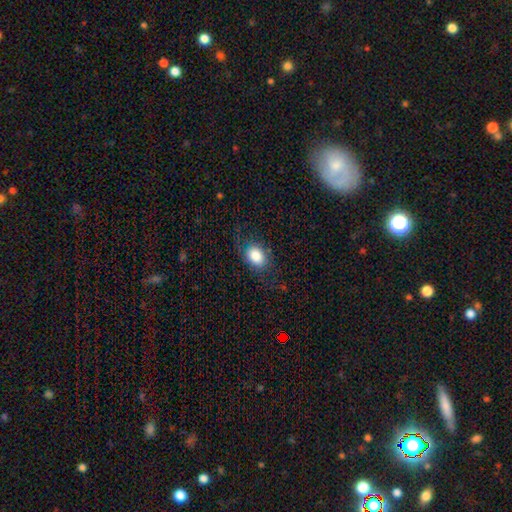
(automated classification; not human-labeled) Smooth or featured? smooth (80%)
How rounded? in between (69%)
Merging? none (73%)